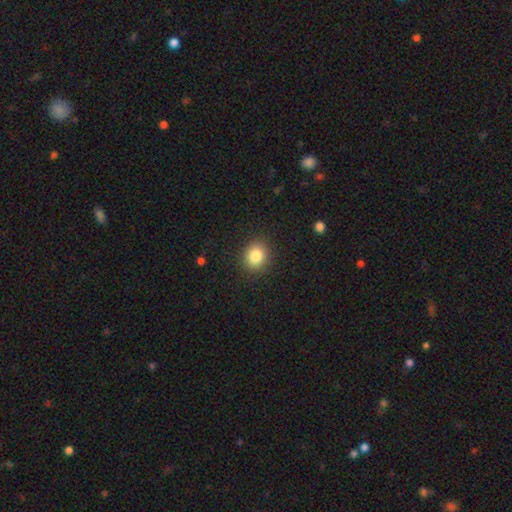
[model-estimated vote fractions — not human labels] This is clearly a smooth galaxy (83%). How rounded: likely round (68%). Merging: clearly none (89%).